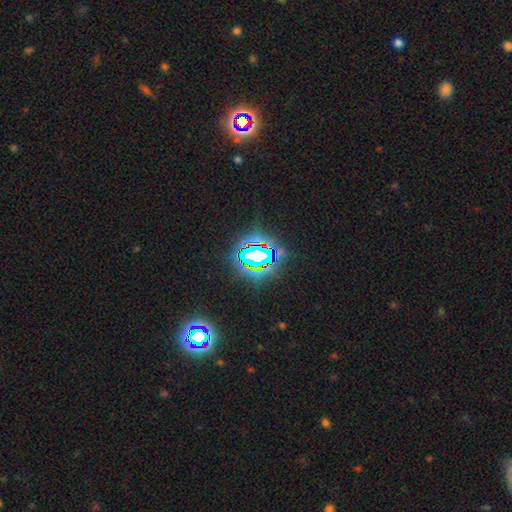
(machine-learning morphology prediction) Smooth or featured: star or artifact — 70% (smooth — 17%)